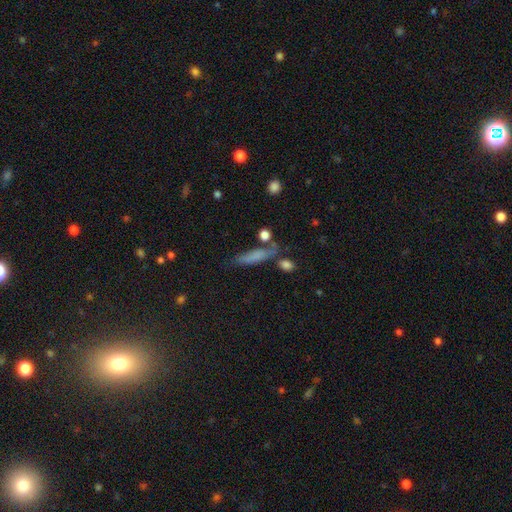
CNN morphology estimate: Smooth or featured: smooth — 69% (featured or disk — 20%)
How rounded: cigar-shaped — 71% (in between — 25%)
Merging: none — 60% (minor disturbance — 19%)